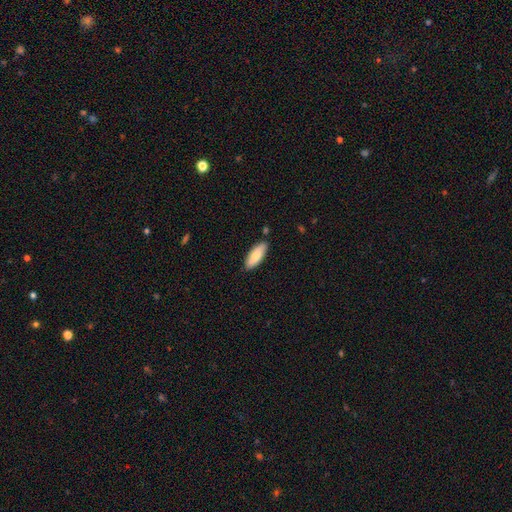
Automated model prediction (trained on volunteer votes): This appears to be a smooth galaxy with no disk features (77%) that is in between round and cigar-shaped (72%). Merging: none (86%).